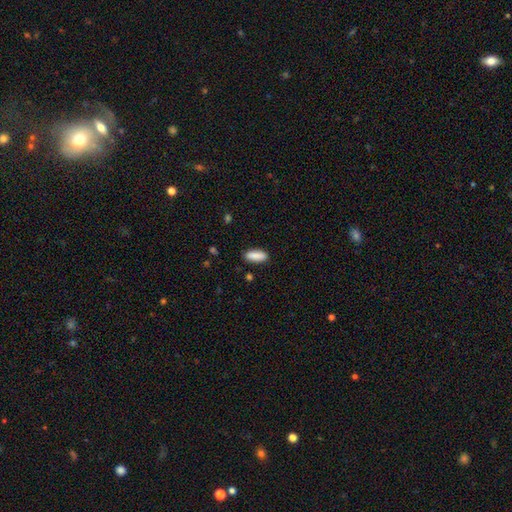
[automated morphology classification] Smooth or featured? Predicted: smooth (p=0.89). How rounded? Predicted: in between (p=0.70). Merging? Predicted: none (p=0.87).